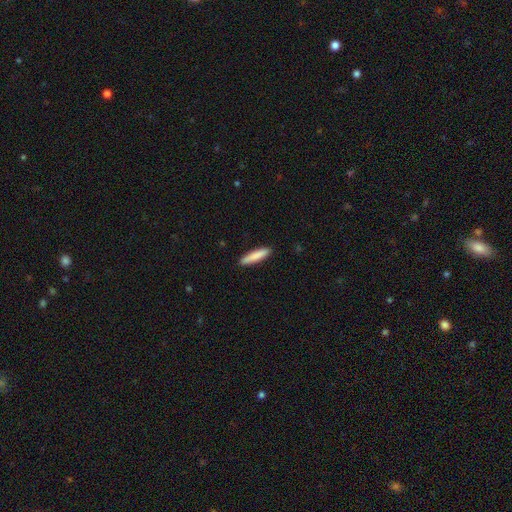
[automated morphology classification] Smooth or featured? smooth (86%)
How rounded? cigar-shaped (84%)
Merging? none (90%)